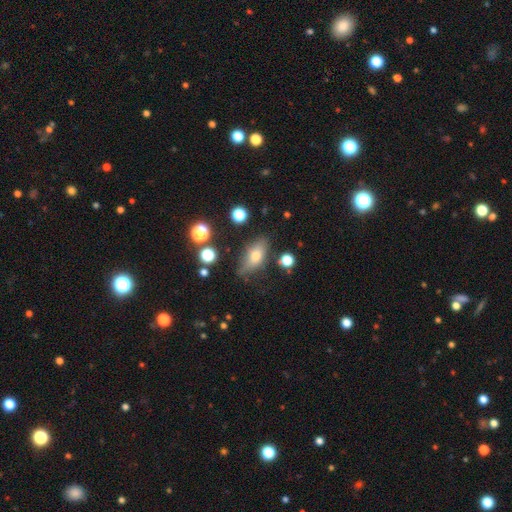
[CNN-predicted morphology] smooth-or-featured: smooth: 63% | featured or disk: 26% | star or artifact: 11%
  how-rounded: in between: 77% | cigar-shaped: 16% | round: 7%
  merging: none: 71% | minor disturbance: 20% | major disturbance: 6% | merger: 3%